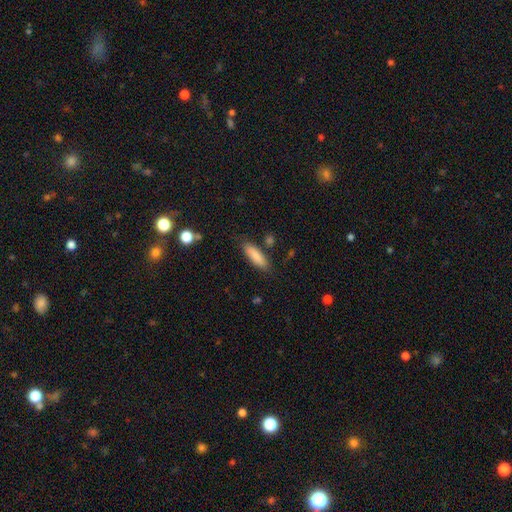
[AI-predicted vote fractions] Smooth or featured? smooth (85%)
How rounded? in between (50%)
Merging? none (81%)